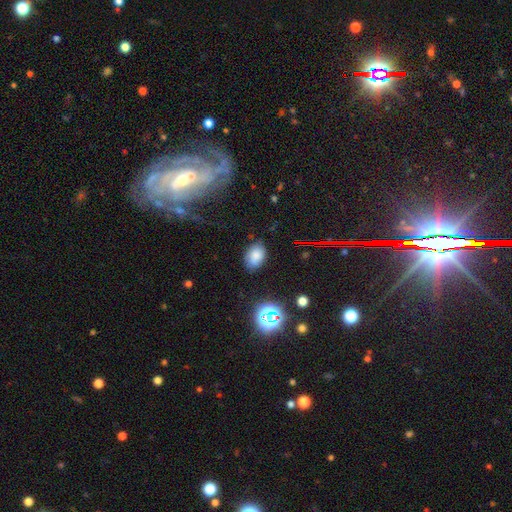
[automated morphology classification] smooth 77%, star or artifact 15%, featured or disk 8%. Down the decision tree: how rounded — in between (82%); merging — none (75%).